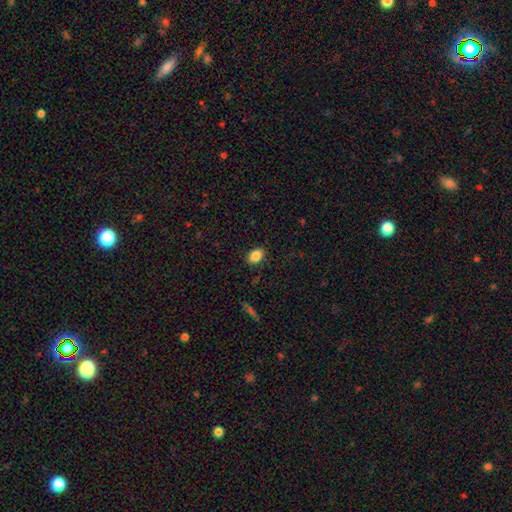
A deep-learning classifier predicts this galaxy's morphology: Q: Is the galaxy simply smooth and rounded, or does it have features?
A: smooth — 86%.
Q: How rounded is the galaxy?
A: in between — 81%.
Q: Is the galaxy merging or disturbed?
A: none — 87%.